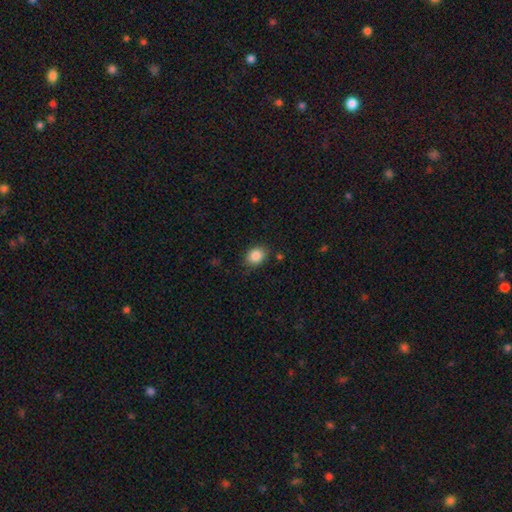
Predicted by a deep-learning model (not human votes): Overall: smooth (87%). How rounded: round (52%; in between 47%). Merging: none (83%).